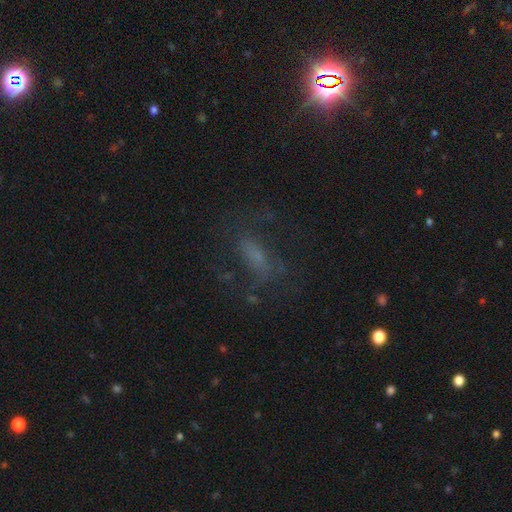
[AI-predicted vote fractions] Q: Smooth or featured?
A: featured or disk (38%); runner-up: smooth (37%)
Q: Merging?
A: none (58%); runner-up: major disturbance (21%)